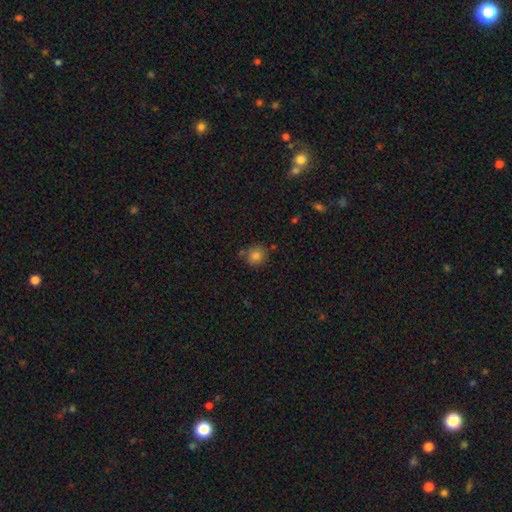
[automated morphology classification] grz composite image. It shows a smooth galaxy with no disk features (82%) that is round (83%). Merging: none (72%).